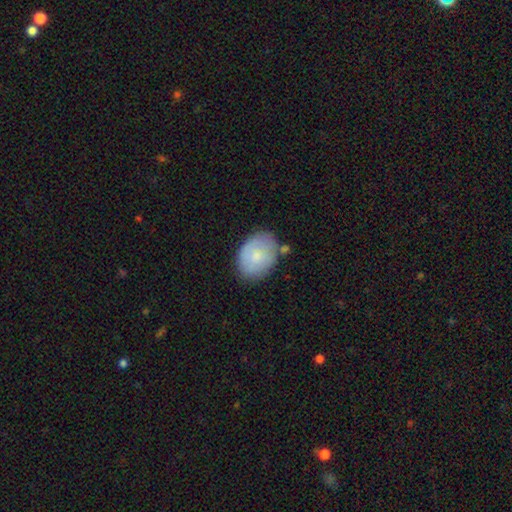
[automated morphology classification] This is likely a smooth galaxy (71%). How rounded: likely in between (72%). Merging: likely none (66%).